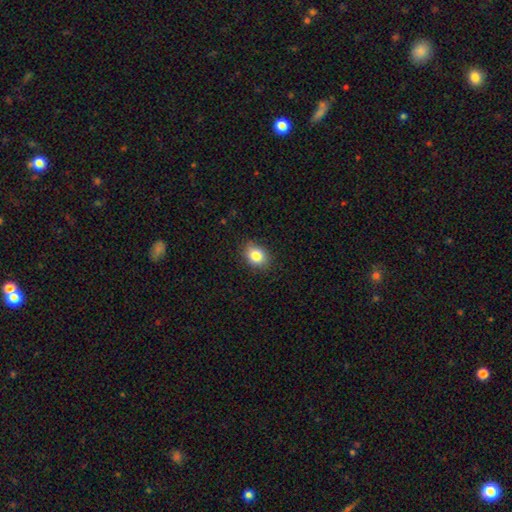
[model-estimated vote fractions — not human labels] A smooth galaxy with no disk features (83%) that is in between round and cigar-shaped (62%). Merging: none (85%).